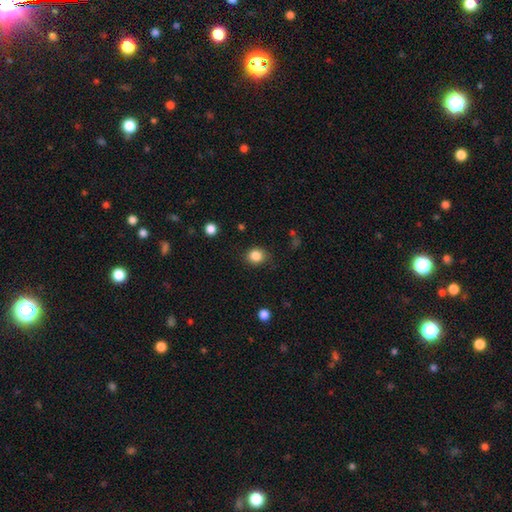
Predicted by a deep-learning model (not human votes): This is clearly a smooth galaxy (85%). How rounded: likely round (80%). Merging: clearly none (83%).